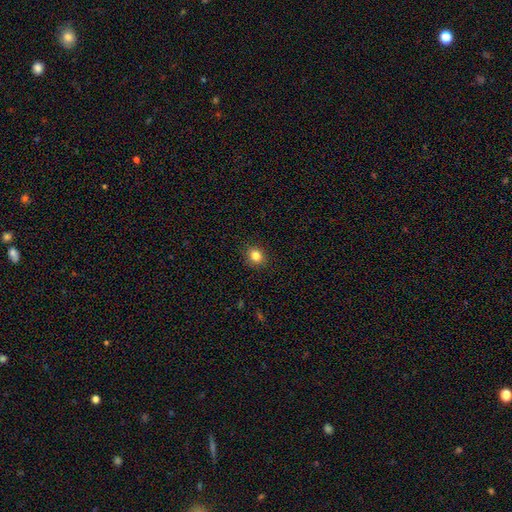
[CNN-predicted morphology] Overall: smooth (83%). How rounded: round (77%). Merging: none (90%).